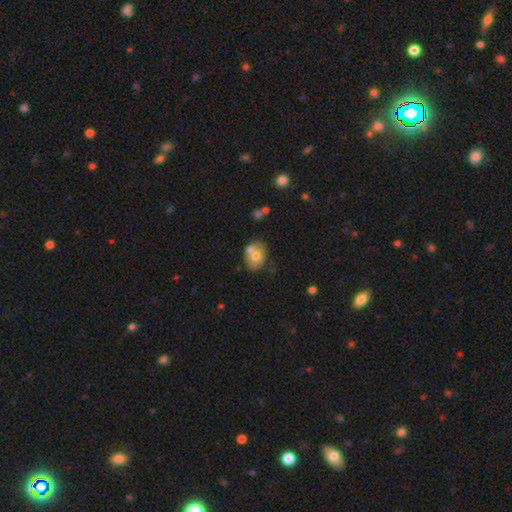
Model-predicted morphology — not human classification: This appears to be a smooth galaxy with no disk features (61%) that is in between round and cigar-shaped (64%). Merging: none (50%).